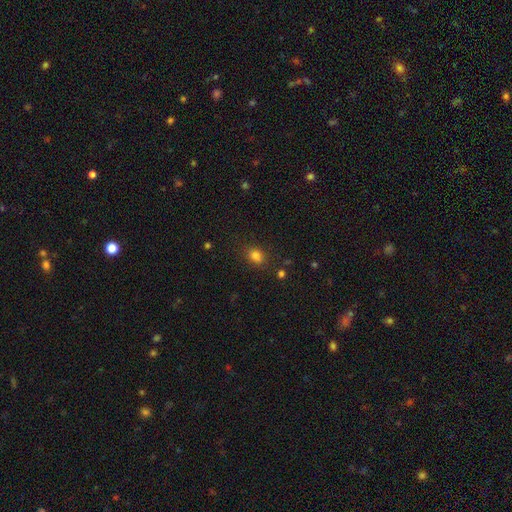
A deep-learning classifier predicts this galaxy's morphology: smooth_or_featured: smooth (p=0.80) [alt: star or artifact p=0.14]
how_rounded: in between (p=0.50) [alt: round p=0.49]
merging: none (p=0.82) [alt: minor disturbance p=0.12]